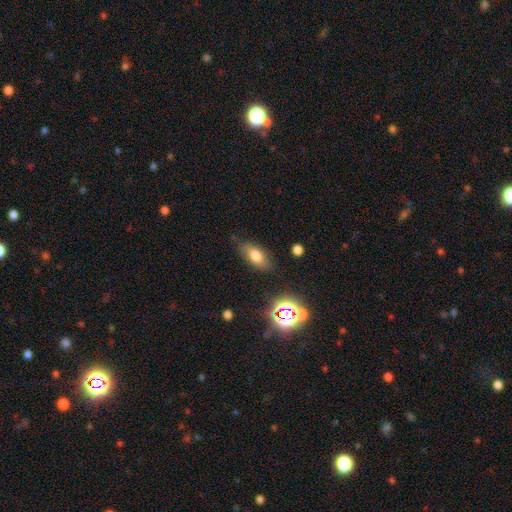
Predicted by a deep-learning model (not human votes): Smooth or featured?
  - smooth: 71% *
  - featured or disk: 17%
  - star or artifact: 12%
How rounded?
  - in between: 81% *
  - cigar-shaped: 13%
  - round: 6%
Merging?
  - none: 81% *
  - minor disturbance: 14%
  - major disturbance: 4%
  - merger: 2%